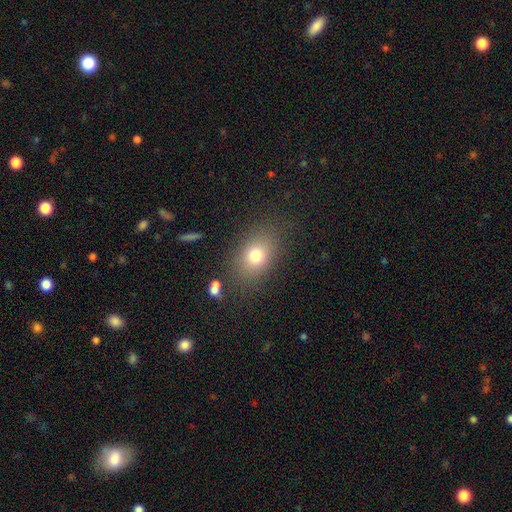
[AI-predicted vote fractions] smooth_or_featured: smooth (p=0.76) [alt: star or artifact p=0.12]
how_rounded: in between (p=0.65) [alt: round p=0.33]
merging: none (p=0.78) [alt: minor disturbance p=0.13]